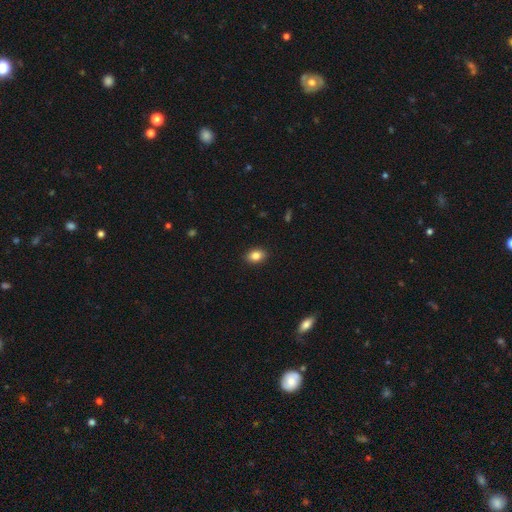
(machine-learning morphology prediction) This appears to be a smooth galaxy with no disk features (84%) that is in between round and cigar-shaped (76%). Merging: none (90%).